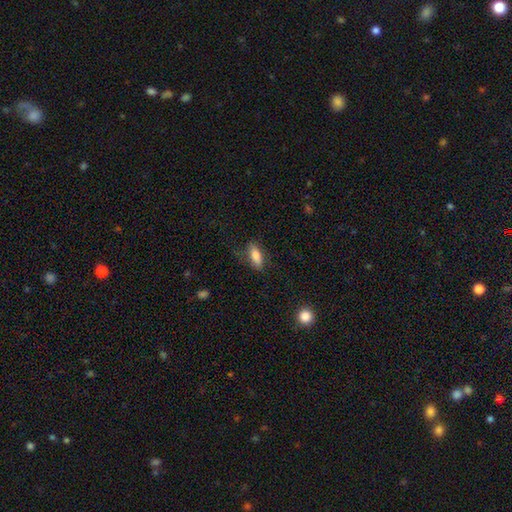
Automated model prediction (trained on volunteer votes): smooth-or-featured: smooth: 80% | featured or disk: 13% | star or artifact: 7%
  how-rounded: in between: 67% | cigar-shaped: 30% | round: 3%
  merging: none: 77% | minor disturbance: 17% | major disturbance: 5% | merger: 1%